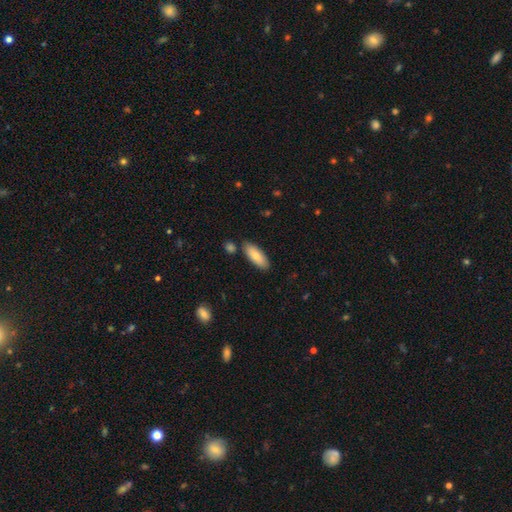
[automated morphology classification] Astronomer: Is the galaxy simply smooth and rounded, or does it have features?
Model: smooth — 81%.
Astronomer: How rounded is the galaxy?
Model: in between — 69%.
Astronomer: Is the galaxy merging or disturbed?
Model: none — 83%.